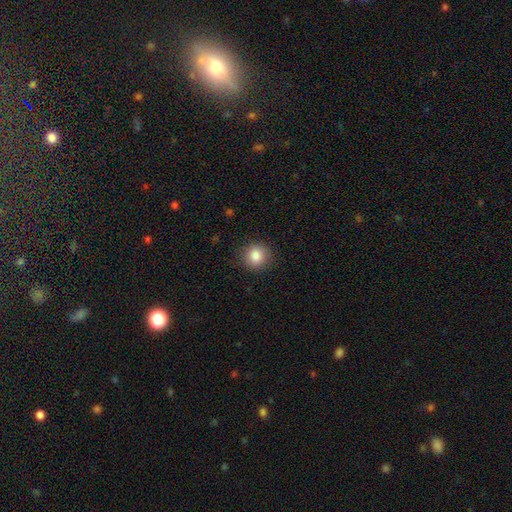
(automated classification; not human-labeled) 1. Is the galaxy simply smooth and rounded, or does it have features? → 85% smooth, 10% star or artifact, 6% featured or disk.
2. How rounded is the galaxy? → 89% round, 10% in between, 1% cigar-shaped.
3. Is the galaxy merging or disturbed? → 88% none, 8% minor disturbance, 2% major disturbance, 1% merger.